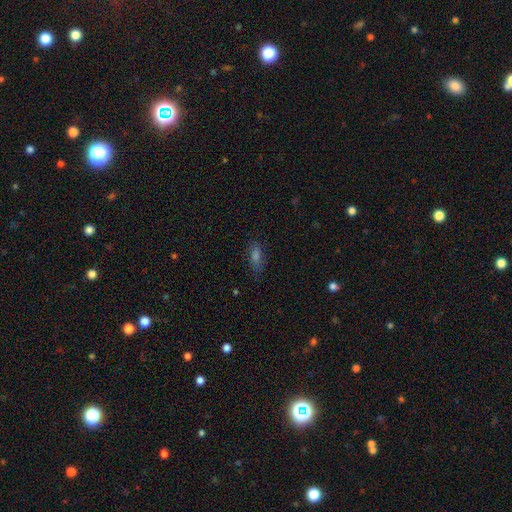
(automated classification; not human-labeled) smooth_or_featured: smooth (p=0.56) [alt: star or artifact p=0.23]
how_rounded: in between (p=0.64) [alt: cigar-shaped p=0.29]
merging: none (p=0.77) [alt: minor disturbance p=0.16]